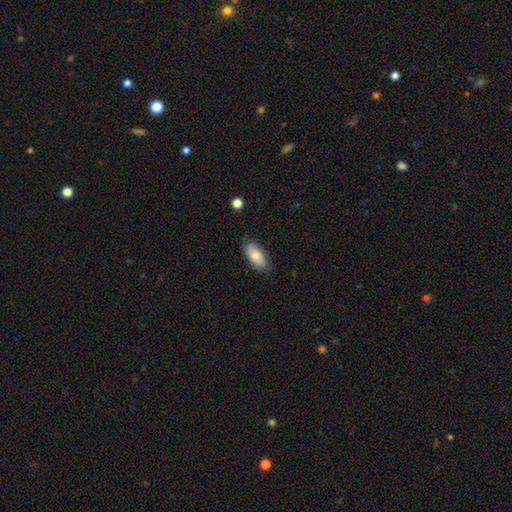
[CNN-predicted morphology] smooth-or-featured: smooth: 79% | featured or disk: 14% | star or artifact: 6%
  how-rounded: in between: 88% | cigar-shaped: 10% | round: 2%
  merging: none: 81% | minor disturbance: 15% | major disturbance: 3% | merger: 1%